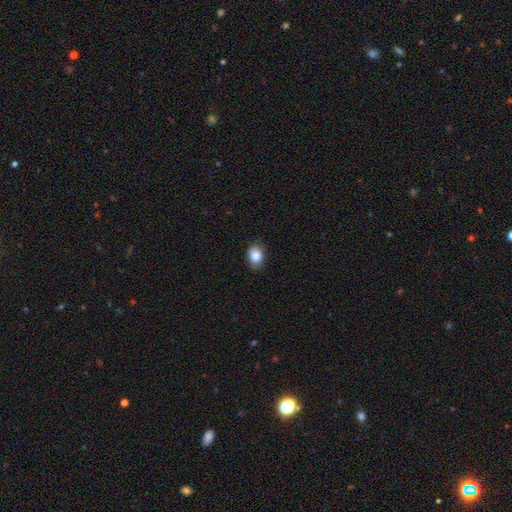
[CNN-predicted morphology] Overall: smooth (86%). How rounded: in between (67%; round 31%). Merging: none (84%).